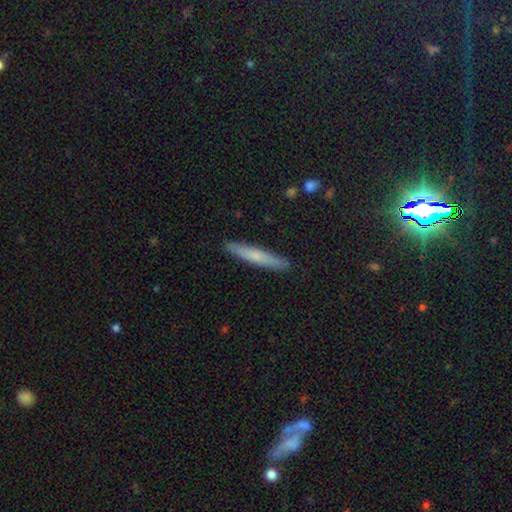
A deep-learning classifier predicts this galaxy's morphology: This is likely a smooth galaxy (62%). How rounded: clearly cigar-shaped (94%). Merging: clearly none (91%).